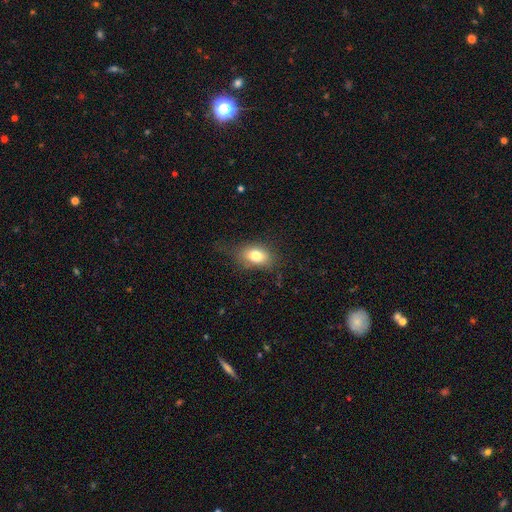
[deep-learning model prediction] smooth_or_featured: smooth (p=0.77) [alt: featured or disk p=0.13]
how_rounded: in between (p=0.81) [alt: round p=0.17]
merging: none (p=0.68) [alt: minor disturbance p=0.22]